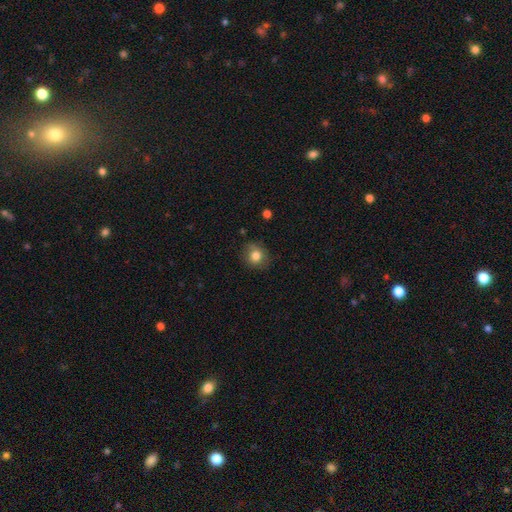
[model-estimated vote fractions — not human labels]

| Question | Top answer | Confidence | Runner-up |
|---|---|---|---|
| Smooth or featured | smooth | 81% | star or artifact (10%) |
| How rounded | round | 79% | in between (20%) |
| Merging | none | 79% | minor disturbance (16%) |